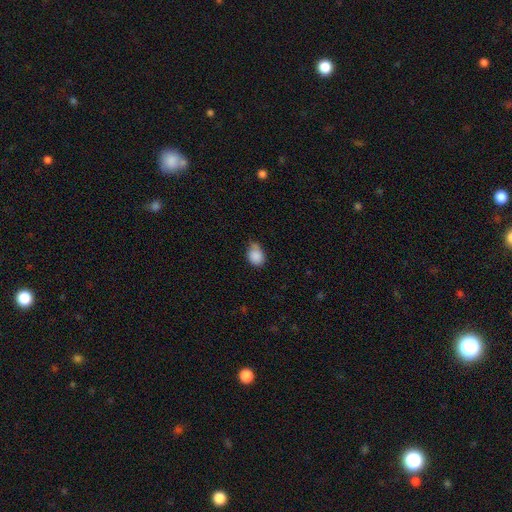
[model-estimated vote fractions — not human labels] Smooth or featured?
  - smooth: 86% *
  - star or artifact: 9%
  - featured or disk: 5%
How rounded?
  - in between: 56% *
  - round: 43%
  - cigar-shaped: 1%
Merging?
  - none: 48% *
  - minor disturbance: 39%
  - major disturbance: 8%
  - merger: 5%